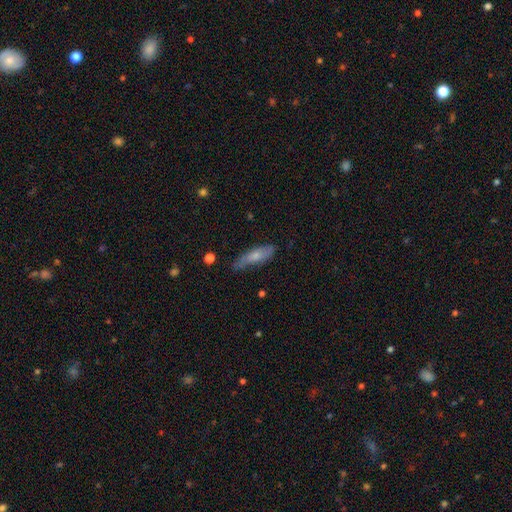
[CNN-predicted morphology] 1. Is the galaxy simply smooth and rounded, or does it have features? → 64% smooth, 30% featured or disk, 6% star or artifact.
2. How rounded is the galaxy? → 61% cigar-shaped, 37% in between, 2% round.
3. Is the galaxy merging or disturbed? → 60% none, 30% minor disturbance, 7% major disturbance, 2% merger.